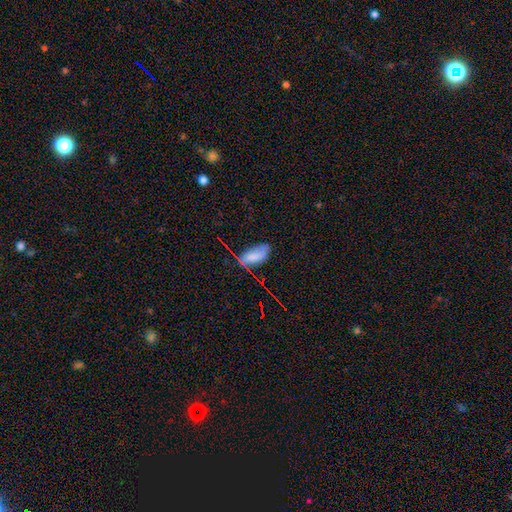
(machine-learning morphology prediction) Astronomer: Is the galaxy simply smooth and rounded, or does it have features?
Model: smooth — 67%.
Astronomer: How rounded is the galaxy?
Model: in between — 86%.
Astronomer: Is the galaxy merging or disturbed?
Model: none — 44% (runner-up: minor disturbance, 33%).